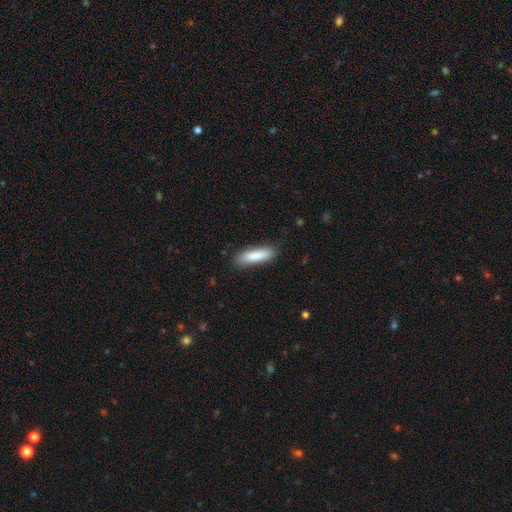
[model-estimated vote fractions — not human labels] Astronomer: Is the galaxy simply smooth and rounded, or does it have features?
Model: smooth — 86%.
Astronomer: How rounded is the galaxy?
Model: cigar-shaped — 66%.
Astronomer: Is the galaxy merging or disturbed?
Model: none — 85%.